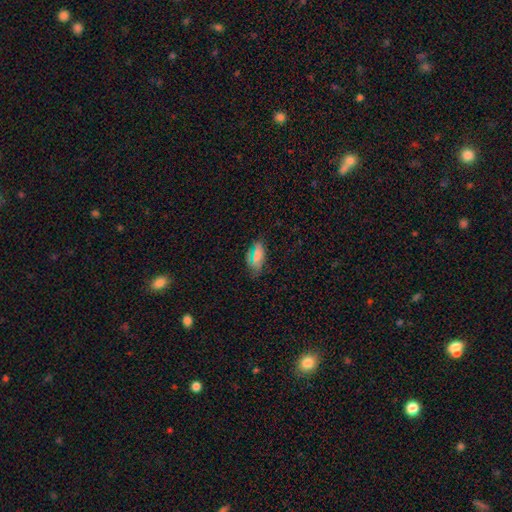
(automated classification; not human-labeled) Smooth or featured: smooth — 72% (star or artifact — 18%)
How rounded: in between — 91% (cigar-shaped — 5%)
Merging: none — 76% (minor disturbance — 18%)